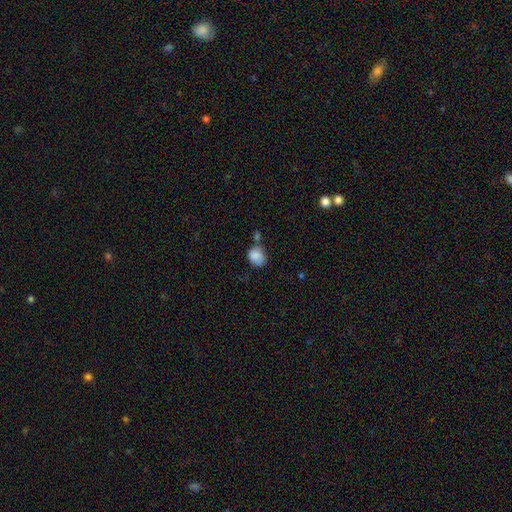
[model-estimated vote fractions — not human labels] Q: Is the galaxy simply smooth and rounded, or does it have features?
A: smooth — 85%.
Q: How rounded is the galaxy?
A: round — 58%.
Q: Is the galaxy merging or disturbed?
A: none — 53%.